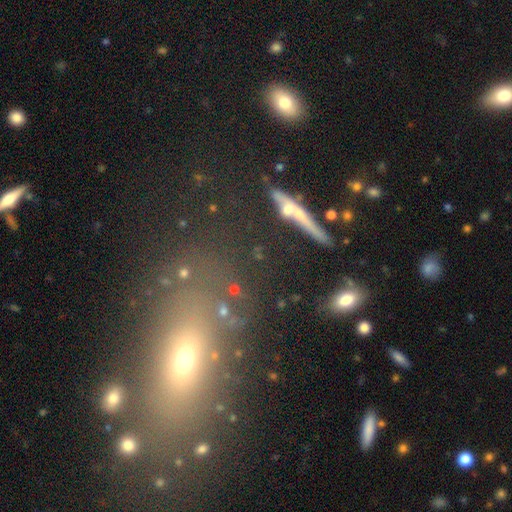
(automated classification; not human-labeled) Smooth or featured?
  - smooth: 44% *
  - star or artifact: 29%
  - featured or disk: 27%
Merging?
  - none: 75% *
  - minor disturbance: 11%
  - merger: 7%
  - major disturbance: 7%